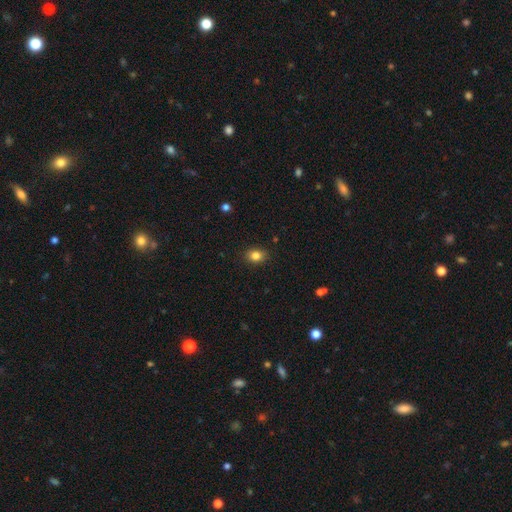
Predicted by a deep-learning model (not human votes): Smooth or featured? smooth (83%)
How rounded? in between (58%)
Merging? none (88%)